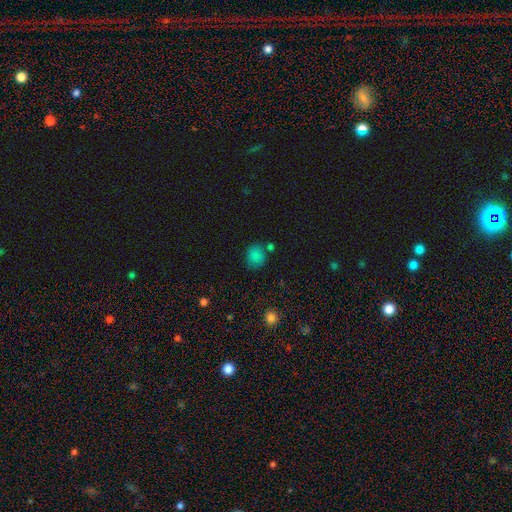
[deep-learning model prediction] smooth-or-featured: smooth: 81% | star or artifact: 14% | featured or disk: 5%
  how-rounded: round: 71% | in between: 28% | cigar-shaped: 1%
  merging: none: 72% | minor disturbance: 15% | merger: 9% | major disturbance: 4%